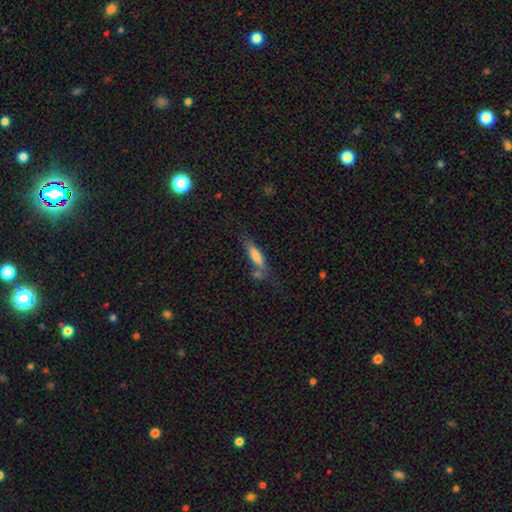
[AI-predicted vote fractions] Morphology: type=smooth (71%); roundness=cigar-shaped (71%); merging=none (56%).